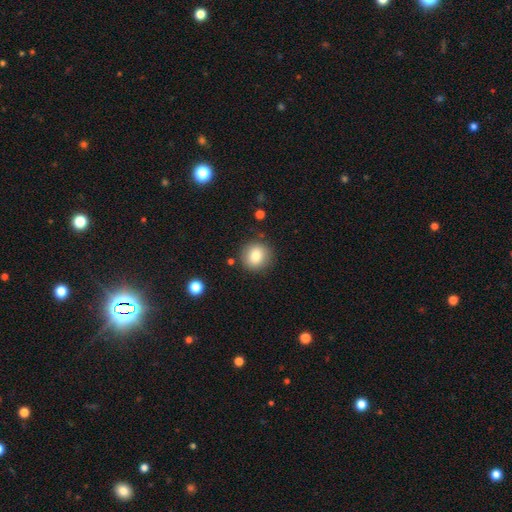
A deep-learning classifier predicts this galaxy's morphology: Q: Smooth or featured?
A: smooth (81%); runner-up: star or artifact (10%)
Q: How rounded?
A: round (92%); runner-up: in between (7%)
Q: Merging?
A: none (87%); runner-up: minor disturbance (8%)